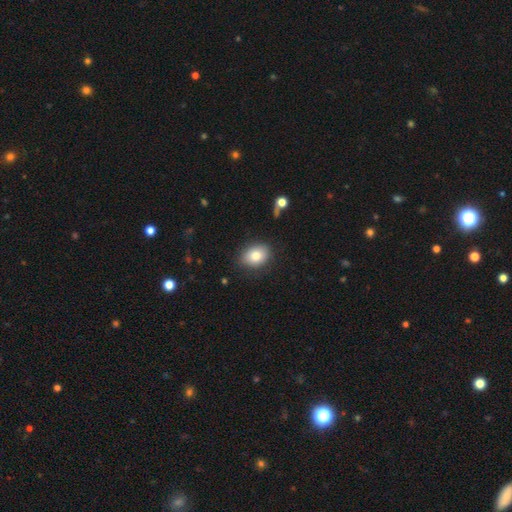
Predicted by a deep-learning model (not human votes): A smooth galaxy with no disk features (82%) that is in between round and cigar-shaped (69%). Merging: none (84%).